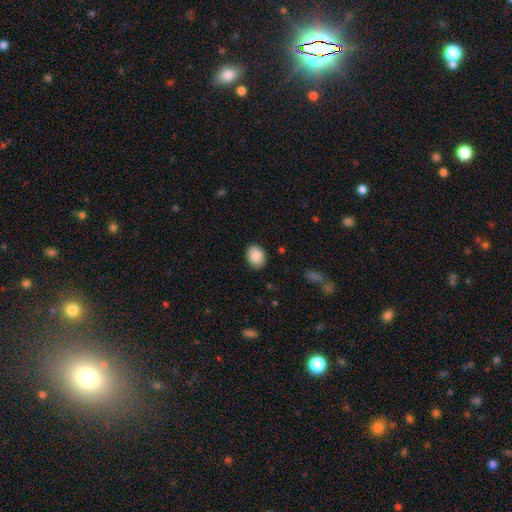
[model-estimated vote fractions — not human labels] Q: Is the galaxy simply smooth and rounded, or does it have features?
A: smooth — 89%.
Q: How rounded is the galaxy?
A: in between — 63%.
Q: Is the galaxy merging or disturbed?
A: none — 86%.